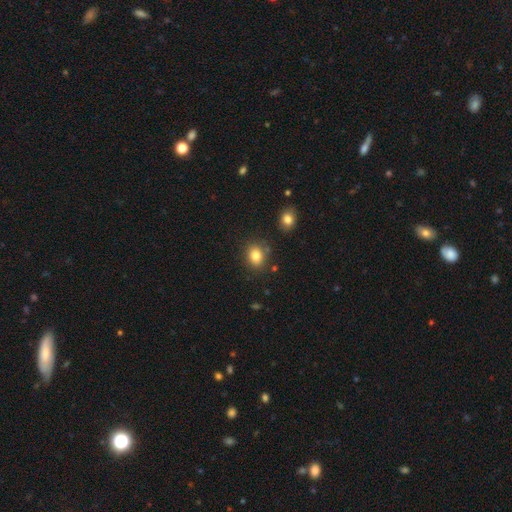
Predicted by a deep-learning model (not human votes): This appears to be a smooth galaxy with no disk features (83%) that is in between round and cigar-shaped (52%). Merging: none (80%).